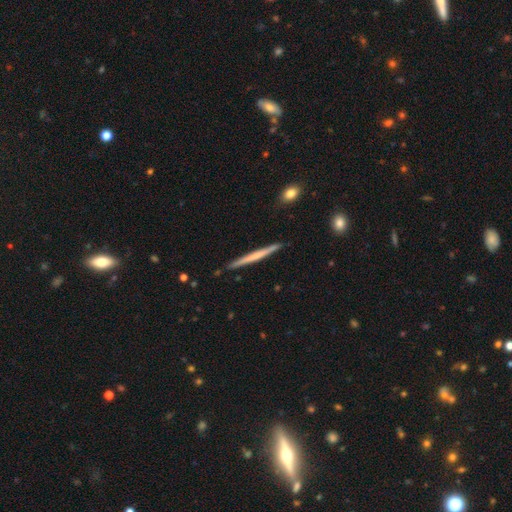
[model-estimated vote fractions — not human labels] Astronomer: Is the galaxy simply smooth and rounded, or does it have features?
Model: featured or disk — 50% (runner-up: smooth, 45%).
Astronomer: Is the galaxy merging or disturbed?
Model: none — 90%.